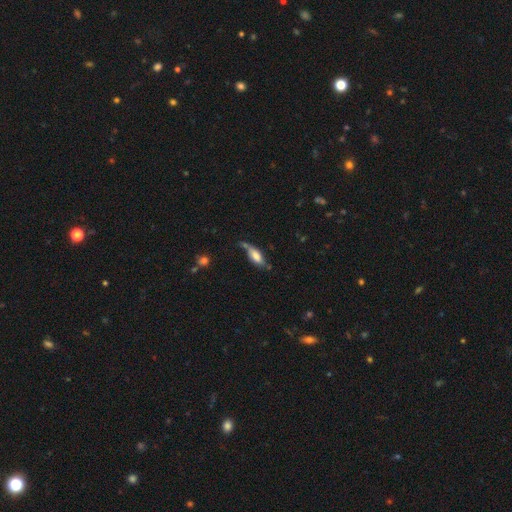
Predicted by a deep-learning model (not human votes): Smooth or featured?
  - smooth: 68% *
  - featured or disk: 24%
  - star or artifact: 8%
How rounded?
  - in between: 71% *
  - cigar-shaped: 26%
  - round: 3%
Merging?
  - none: 50% *
  - minor disturbance: 29%
  - merger: 11%
  - major disturbance: 10%